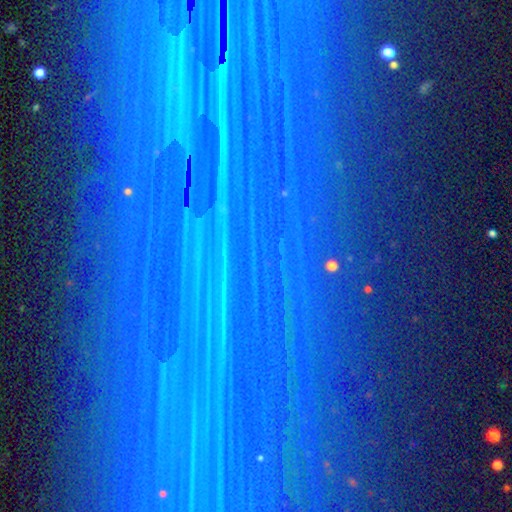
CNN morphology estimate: A star or artifact, not a galaxy (87%).

Vote fractions:
- Smooth or featured? star or artifact: 87% / featured or disk: 8% / smooth: 6%